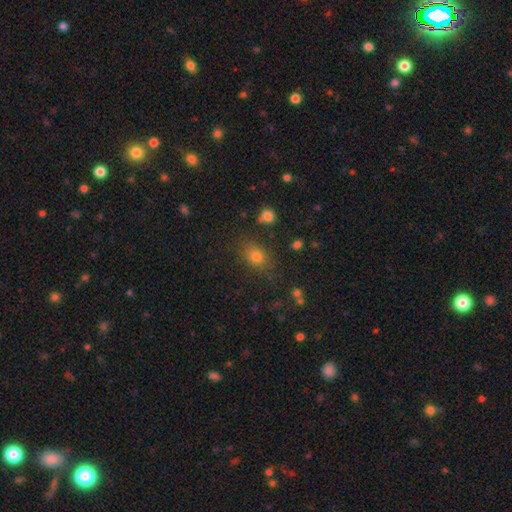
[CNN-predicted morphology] This is likely a smooth galaxy (65%). How rounded: possibly in between (49%, tied with round). Merging: clearly none (82%).